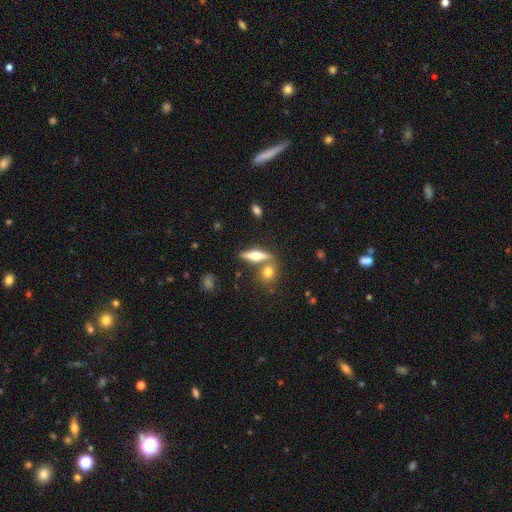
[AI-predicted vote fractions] smooth-or-featured: featured or disk: 55% | smooth: 38% | star or artifact: 7%
  disk-edge-on: yes: 93% | no: 7%
    edge-on-bulge: rounded: 94% | boxy: 4% | none: 2%
  merging: none: 65% | merger: 22% | minor disturbance: 9% | major disturbance: 3%